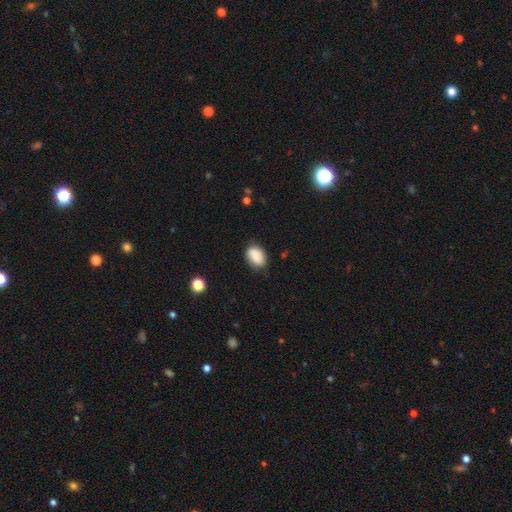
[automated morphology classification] Smooth or featured? smooth (85%)
How rounded? in between (83%)
Merging? none (73%)